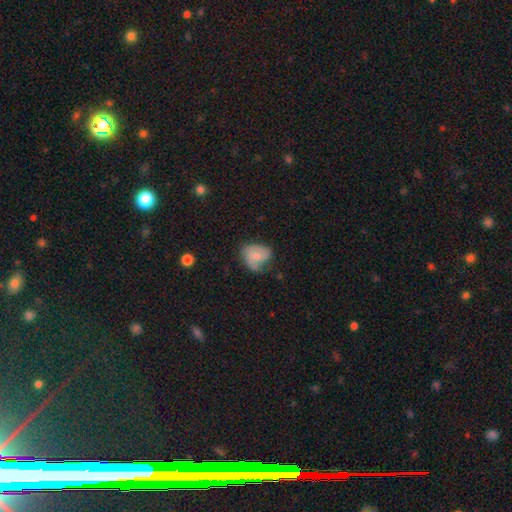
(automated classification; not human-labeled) smooth_or_featured: smooth (p=0.56) [alt: featured or disk p=0.36]
how_rounded: in between (p=0.57) [alt: round p=0.41]
merging: none (p=0.43) [alt: minor disturbance p=0.35]